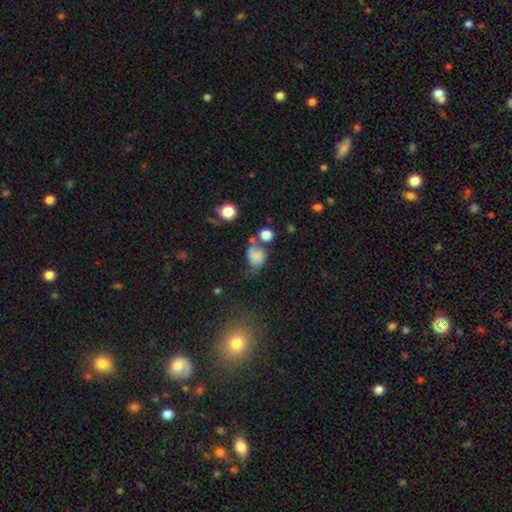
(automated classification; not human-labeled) A smooth galaxy with no disk features (70%) that is in between round and cigar-shaped (51%).

Vote fractions:
- Smooth or featured? smooth: 70% / featured or disk: 16% / star or artifact: 14%
- How rounded? in between: 51% / round: 47% / cigar-shaped: 1%
- Merging? none: 32% / minor disturbance: 26% / merger: 23% / major disturbance: 19%